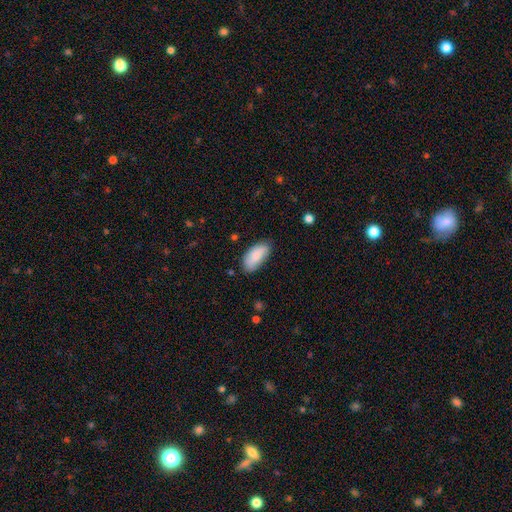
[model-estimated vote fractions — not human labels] Overall: smooth (84%). How rounded: in between (91%). Merging: none (73%).